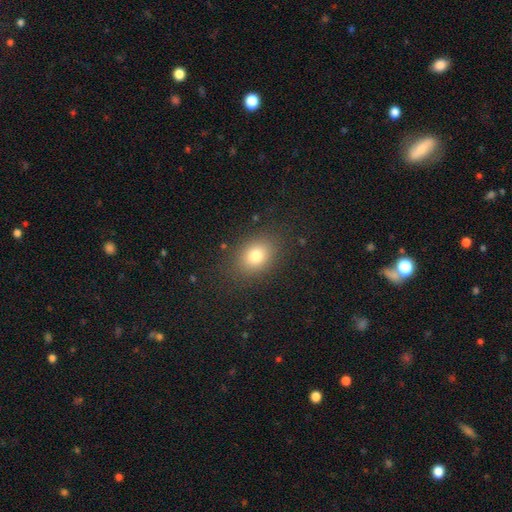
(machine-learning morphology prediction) The model was most divided on "how rounded": in between: 66%, round: 33%, cigar-shaped: 1%. More confident: merging — none (85%); smooth or featured — smooth (79%).